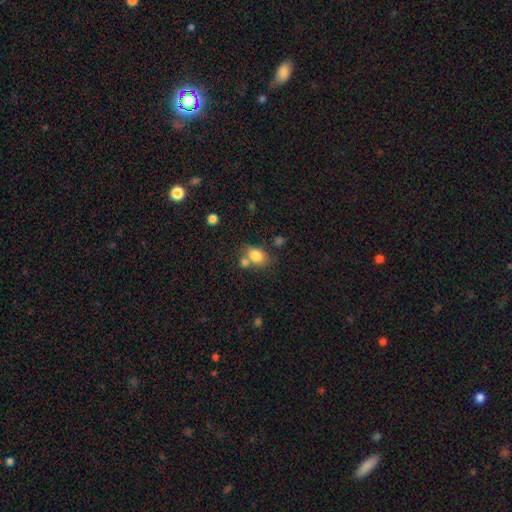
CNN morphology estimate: The model was most divided on "merging": none: 51%, merger: 29%, minor disturbance: 14%, major disturbance: 5%. More confident: smooth or featured — smooth (82%); how rounded — in between (67%).